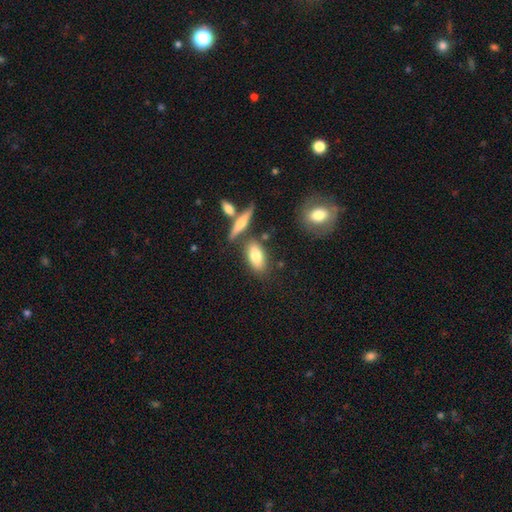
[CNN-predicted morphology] Q: Smooth or featured?
A: smooth (77%); runner-up: featured or disk (16%)
Q: How rounded?
A: in between (86%); runner-up: cigar-shaped (9%)
Q: Merging?
A: none (69%); runner-up: merger (14%)